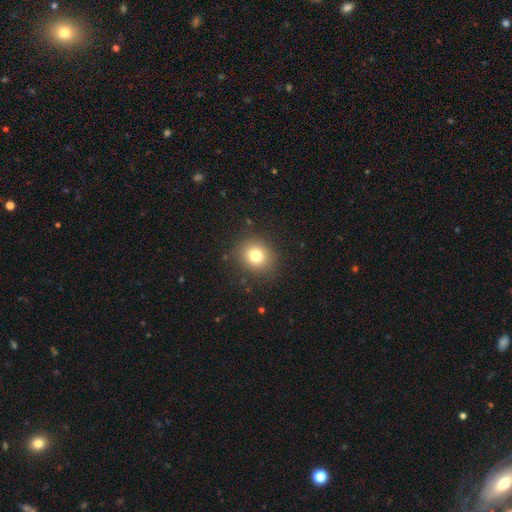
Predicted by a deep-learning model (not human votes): smooth 78%, star or artifact 13%, featured or disk 9%. Down the decision tree: how rounded — round (85%); merging — none (88%).